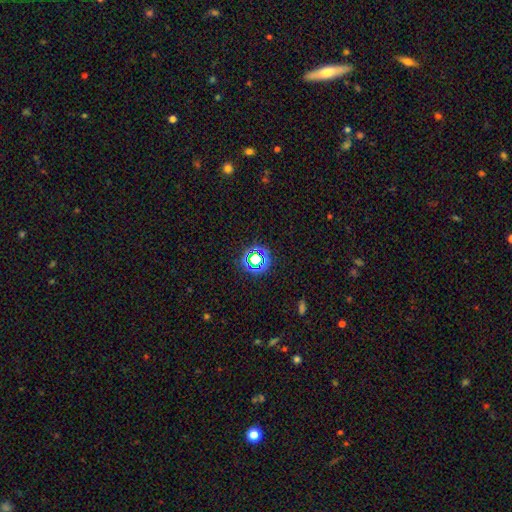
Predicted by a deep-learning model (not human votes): A star or artifact, not a galaxy (57%).